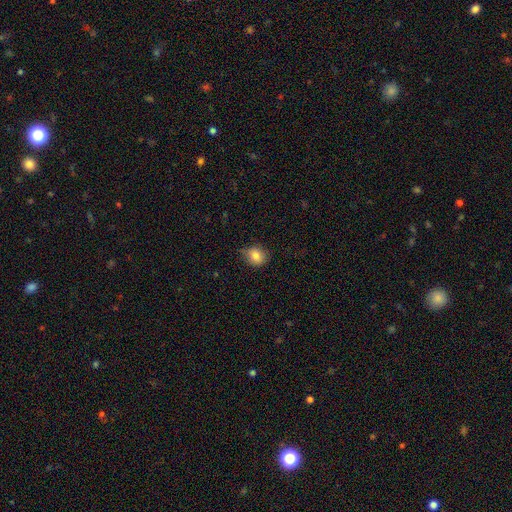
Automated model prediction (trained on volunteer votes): Smooth or featured: smooth — 82% (star or artifact — 10%)
How rounded: round — 66% (in between — 33%)
Merging: none — 68% (minor disturbance — 26%)